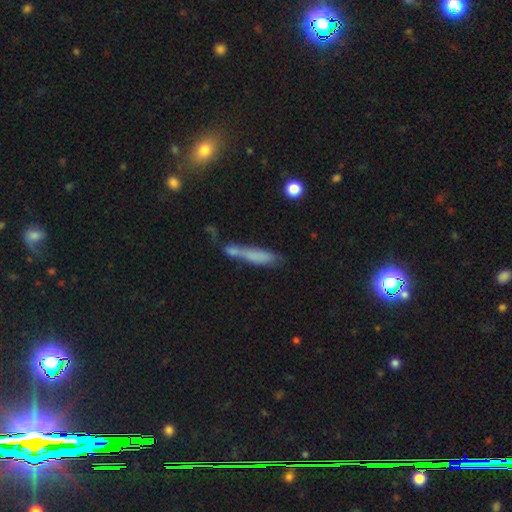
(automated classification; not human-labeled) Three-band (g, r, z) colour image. It shows a smooth galaxy with no disk features (67%) that is cigar-shaped (80%). Merging: merger (40%).